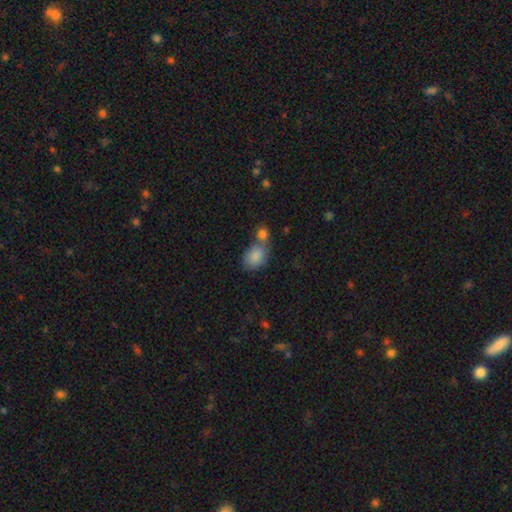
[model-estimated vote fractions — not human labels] smooth-or-featured: smooth: 85% | star or artifact: 8% | featured or disk: 7%
  how-rounded: in between: 73% | round: 25% | cigar-shaped: 1%
  merging: merger: 44% | none: 38% | minor disturbance: 13% | major disturbance: 5%